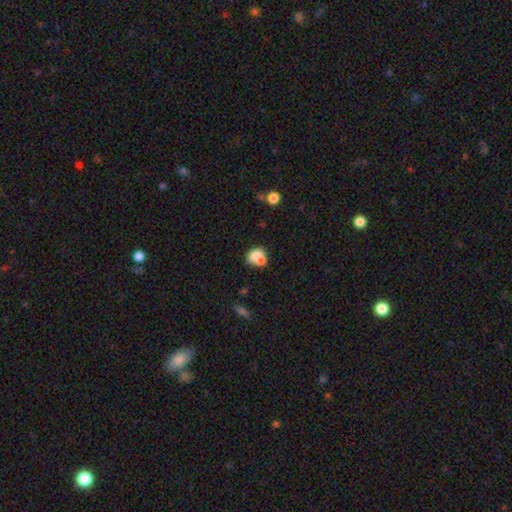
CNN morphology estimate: A smooth galaxy with no disk features (71%) that is in between round and cigar-shaped (51%).

Vote fractions:
- Smooth or featured? smooth: 71% / featured or disk: 19% / star or artifact: 10%
- How rounded? in between: 51% / round: 47% / cigar-shaped: 1%
- Merging? merger: 57% / none: 29% / minor disturbance: 9% / major disturbance: 5%